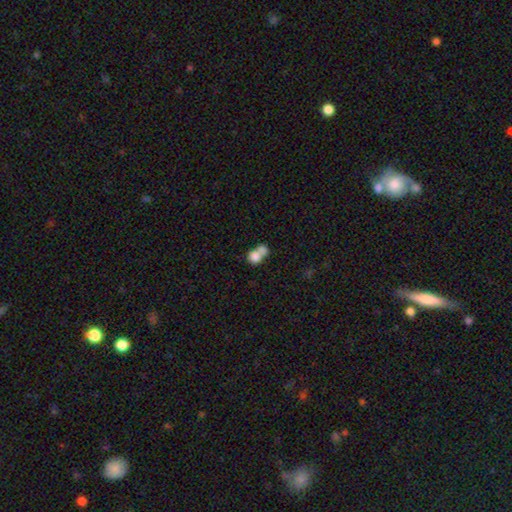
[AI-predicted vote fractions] Q: Smooth or featured?
A: smooth (78%); runner-up: featured or disk (13%)
Q: How rounded?
A: round (66%); runner-up: in between (33%)
Q: Merging?
A: merger (68%); runner-up: none (22%)